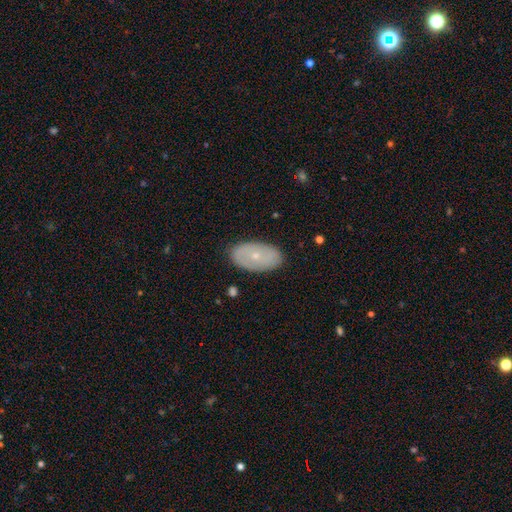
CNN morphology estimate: smooth-or-featured: smooth: 53% | featured or disk: 40% | star or artifact: 7%
  how-rounded: in between: 93% | round: 5% | cigar-shaped: 2%
  merging: none: 86% | minor disturbance: 11% | major disturbance: 2% | merger: 1%